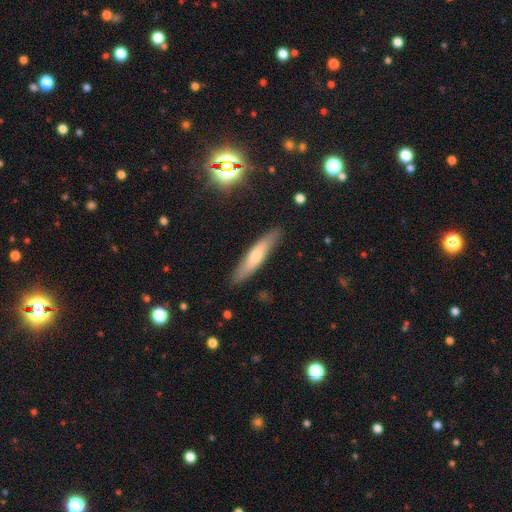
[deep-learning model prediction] smooth 64%, featured or disk 29%, star or artifact 6%. Down the decision tree: how rounded — cigar-shaped (85%); merging — none (87%).